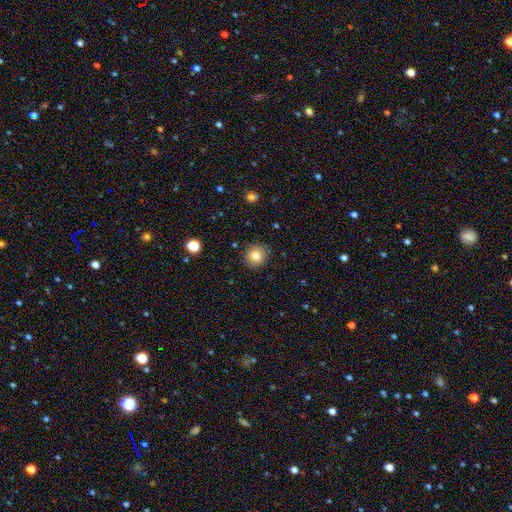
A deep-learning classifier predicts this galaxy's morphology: Overall: smooth (82%). How rounded: round (91%). Merging: none (88%).